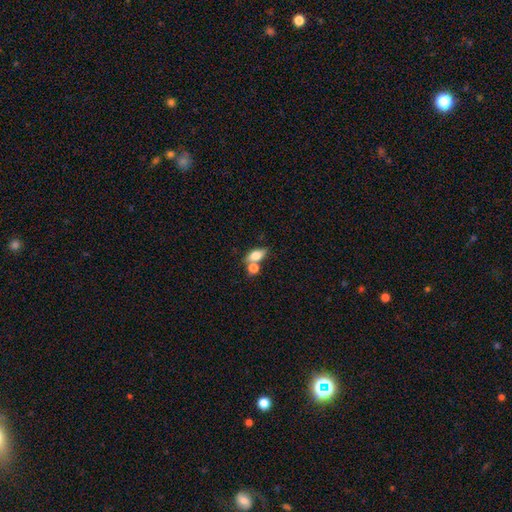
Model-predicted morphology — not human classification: A smooth galaxy with no disk features (75%) that is in between round and cigar-shaped (79%). Merging: none (46%).